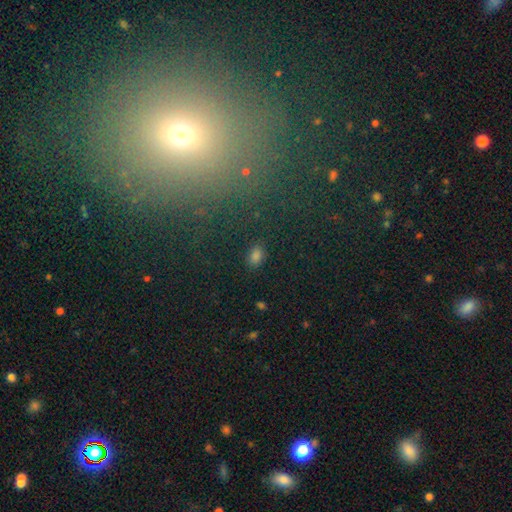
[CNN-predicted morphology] Smooth or featured? Predicted: smooth (p=0.71). How rounded? Predicted: in between (p=0.81). Merging? Predicted: none (p=0.87).